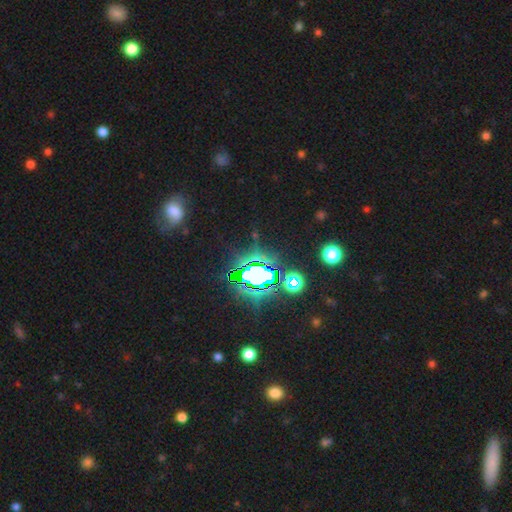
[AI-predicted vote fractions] Morphology: type=star or artifact (75%).